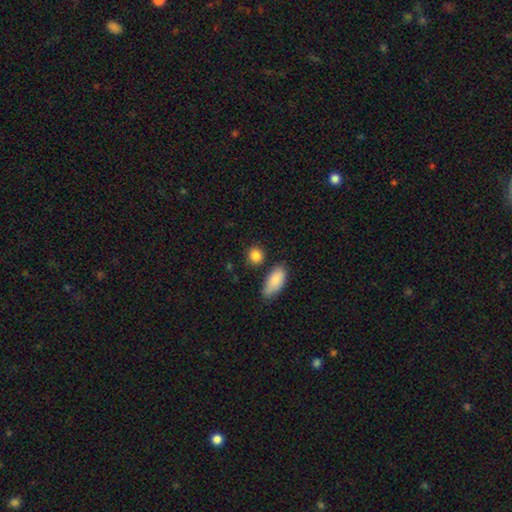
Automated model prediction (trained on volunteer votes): This is clearly a smooth galaxy (87%). How rounded: likely round (65%). Merging: likely none (76%).